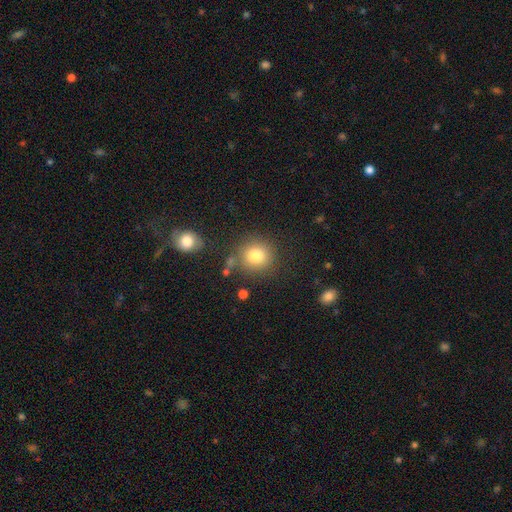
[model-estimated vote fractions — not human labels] Smooth or featured? Predicted: smooth (p=0.81). How rounded? Predicted: round (p=0.89). Merging? Predicted: none (p=0.79).